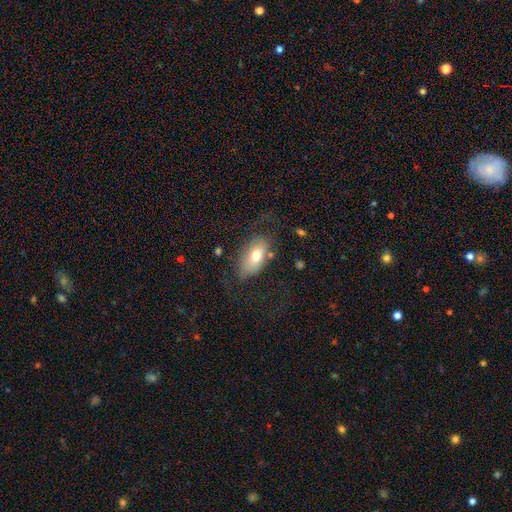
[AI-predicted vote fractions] This appears to be a smooth galaxy with no disk features (68%) that is in between round and cigar-shaped (91%). Merging: none (63%).